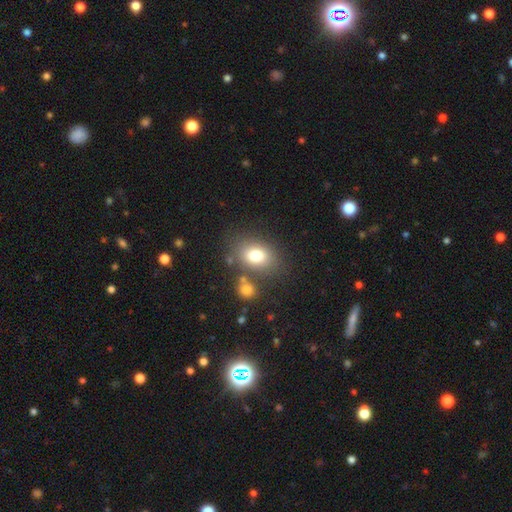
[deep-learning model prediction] smooth-or-featured: smooth: 76% | featured or disk: 13% | star or artifact: 11%
  how-rounded: in between: 71% | round: 28% | cigar-shaped: 1%
  merging: none: 71% | merger: 12% | minor disturbance: 12% | major disturbance: 5%